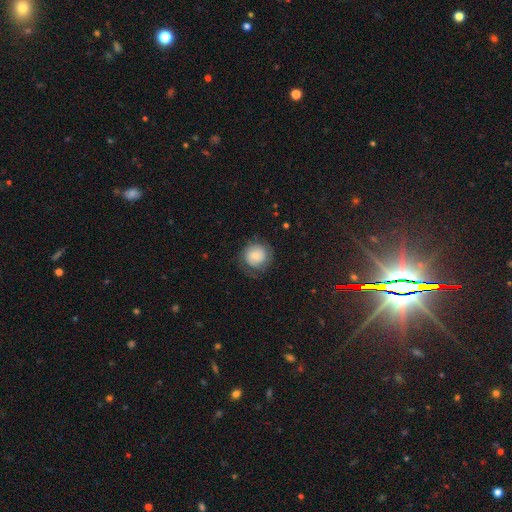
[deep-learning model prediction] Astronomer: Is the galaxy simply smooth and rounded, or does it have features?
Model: smooth — 69%.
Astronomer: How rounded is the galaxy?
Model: round — 91%.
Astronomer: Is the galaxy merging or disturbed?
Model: none — 71%.